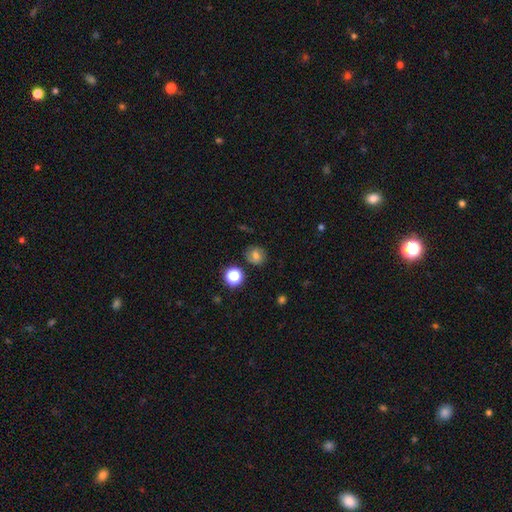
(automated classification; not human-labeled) smooth_or_featured: smooth (p=0.66) [alt: featured or disk p=0.18]
how_rounded: round (p=0.77) [alt: in between p=0.22]
merging: none (p=0.82) [alt: minor disturbance p=0.11]